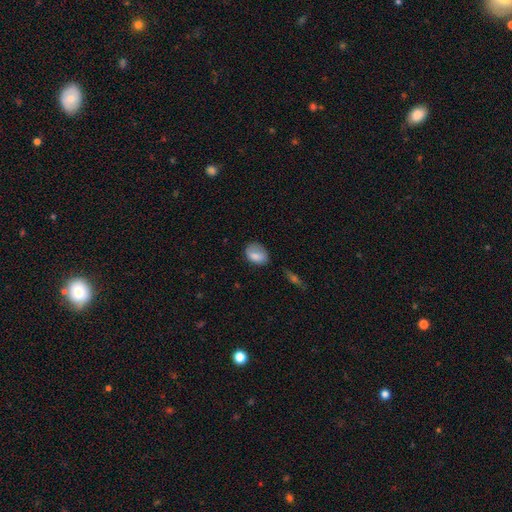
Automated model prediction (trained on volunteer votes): A smooth galaxy with no disk features (78%) that is in between round and cigar-shaped (75%).

Vote fractions:
- Smooth or featured? smooth: 78% / featured or disk: 13% / star or artifact: 8%
- How rounded? in between: 75% / round: 24% / cigar-shaped: 1%
- Merging? none: 52% / minor disturbance: 32% / major disturbance: 12% / merger: 3%